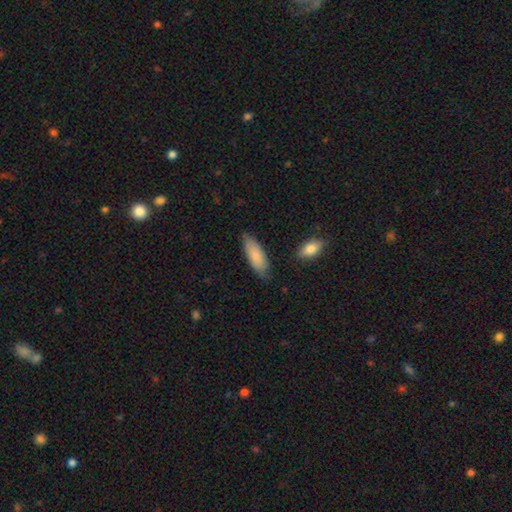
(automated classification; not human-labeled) Overall: smooth (80%). How rounded: in between (71%). Merging: none (73%).